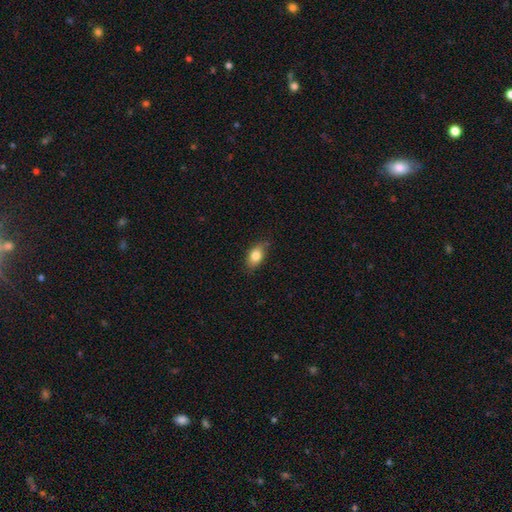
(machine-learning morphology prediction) A smooth galaxy with no disk features (81%) that is in between round and cigar-shaped (87%).

Vote fractions:
- Smooth or featured? smooth: 81% / featured or disk: 11% / star or artifact: 8%
- How rounded? in between: 87% / round: 9% / cigar-shaped: 4%
- Merging? none: 77% / minor disturbance: 19% / major disturbance: 3% / merger: 1%